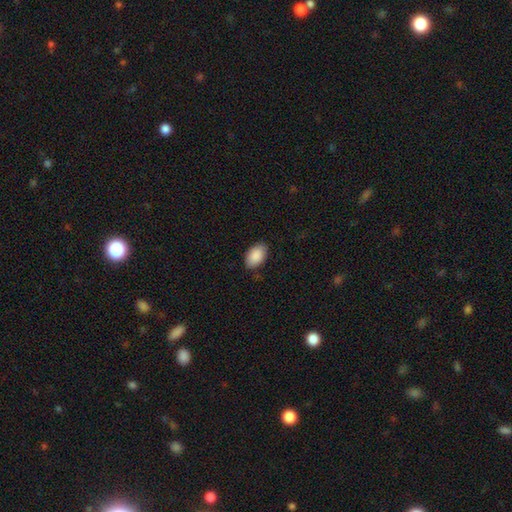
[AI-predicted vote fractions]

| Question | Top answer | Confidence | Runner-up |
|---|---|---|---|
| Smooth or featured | smooth | 90% | star or artifact (6%) |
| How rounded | in between | 93% | round (6%) |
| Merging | none | 85% | minor disturbance (12%) |